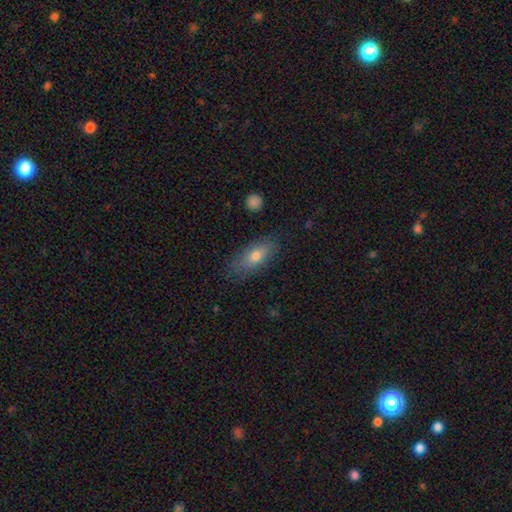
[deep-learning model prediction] The model was most divided on "smooth or featured": smooth: 69%, featured or disk: 22%, star or artifact: 8%. More confident: merging — none (82%); how rounded — in between (72%).